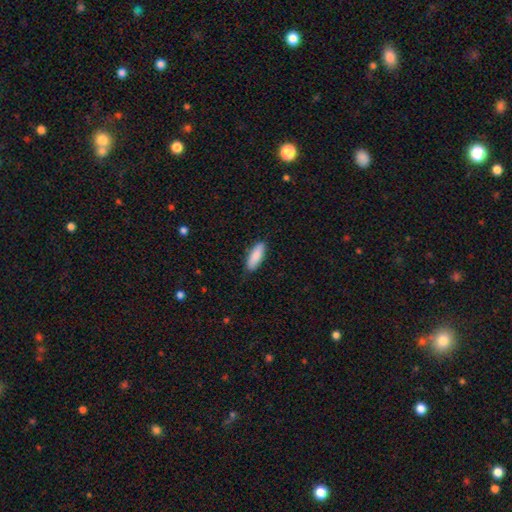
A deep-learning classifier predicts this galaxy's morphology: Q: Smooth or featured?
A: smooth (86%); runner-up: featured or disk (8%)
Q: How rounded?
A: in between (65%); runner-up: cigar-shaped (33%)
Q: Merging?
A: none (86%); runner-up: minor disturbance (11%)